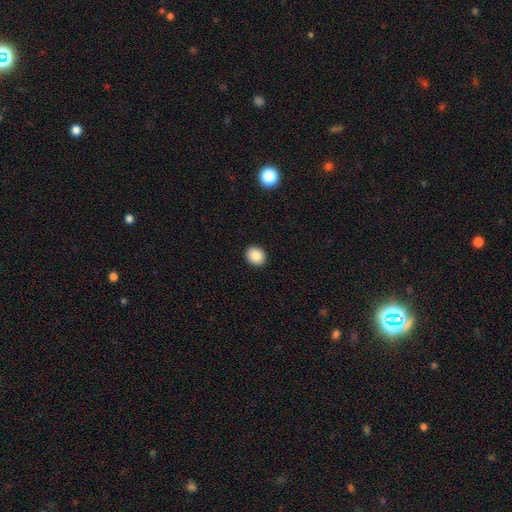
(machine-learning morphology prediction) Smooth or featured: smooth — 86% (star or artifact — 9%)
How rounded: round — 72% (in between — 28%)
Merging: none — 93% (minor disturbance — 5%)